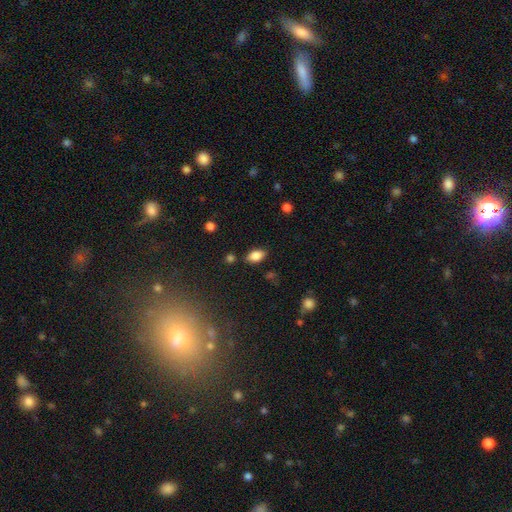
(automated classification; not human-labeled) Smooth or featured? Predicted: smooth (p=0.83). How rounded? Predicted: in between (p=0.90). Merging? Predicted: none (p=0.82).